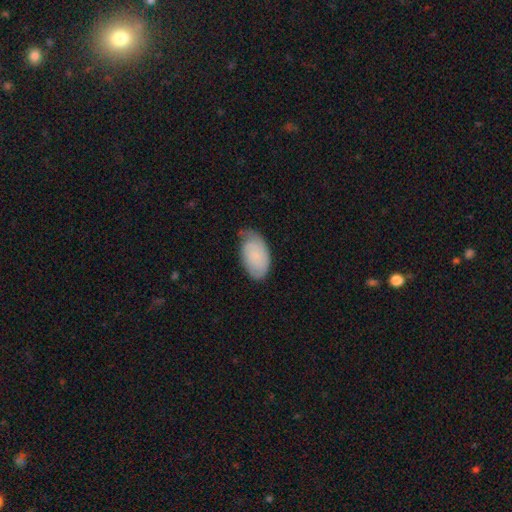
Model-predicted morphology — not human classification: Smooth or featured? Predicted: smooth (p=0.67). How rounded? Predicted: in between (p=0.94). Merging? Predicted: none (p=0.53).